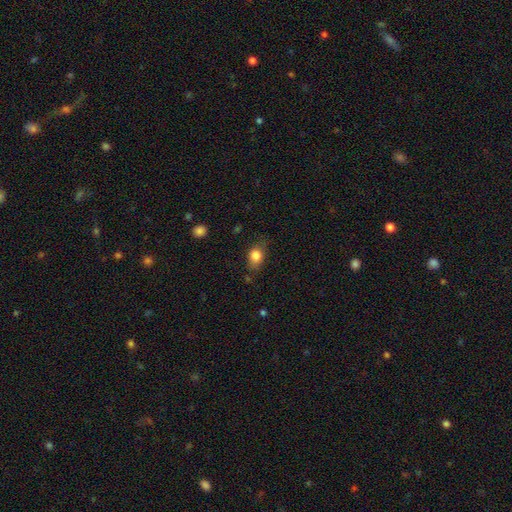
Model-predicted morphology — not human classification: The model was most divided on "how rounded": in between: 66%, round: 31%, cigar-shaped: 2%. More confident: smooth or featured — smooth (82%); merging — none (67%).